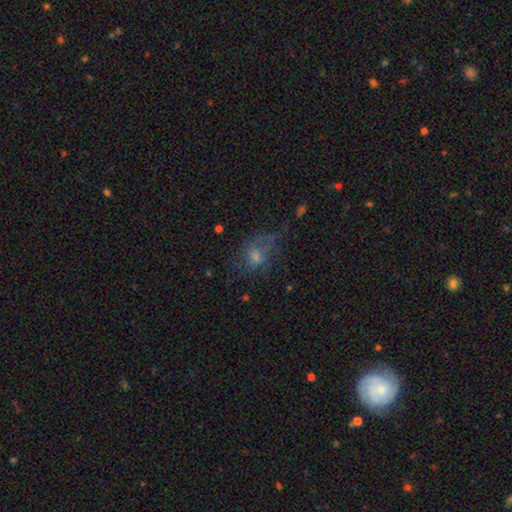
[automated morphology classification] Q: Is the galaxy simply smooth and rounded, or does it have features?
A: smooth — 41%.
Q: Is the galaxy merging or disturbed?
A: none — 47%.